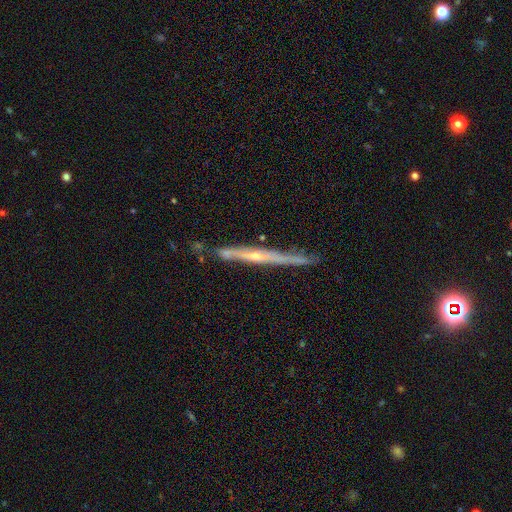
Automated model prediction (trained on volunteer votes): smooth_or_featured: featured or disk (p=0.75) [alt: smooth p=0.19]
disk_edge_on: yes (p=0.95) [alt: no p=0.05]
edge_on_bulge: rounded (p=0.59) [alt: none p=0.37]
merging: none (p=0.71) [alt: minor disturbance p=0.20]